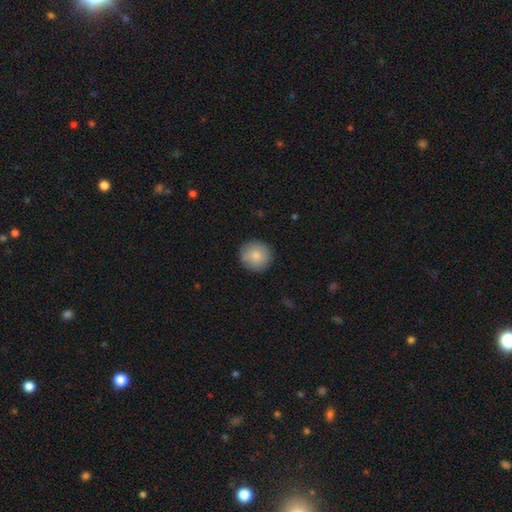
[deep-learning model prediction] smooth-or-featured: smooth: 84% | featured or disk: 9% | star or artifact: 7%
  how-rounded: round: 94% | in between: 5% | cigar-shaped: 1%
  merging: none: 90% | minor disturbance: 8% | major disturbance: 2% | merger: 1%